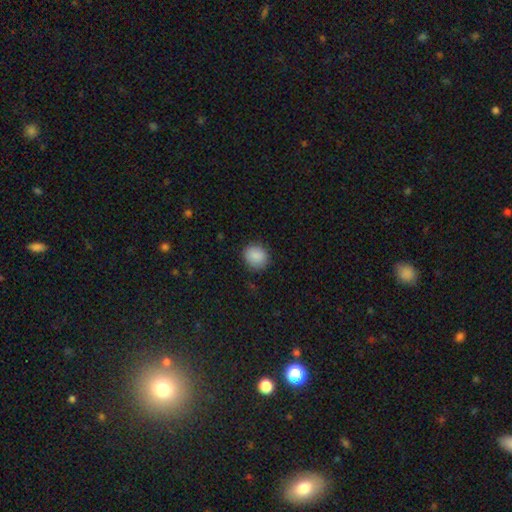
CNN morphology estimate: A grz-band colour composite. It shows a smooth galaxy with no disk features (89%) that is round (74%). Merging: none (87%).